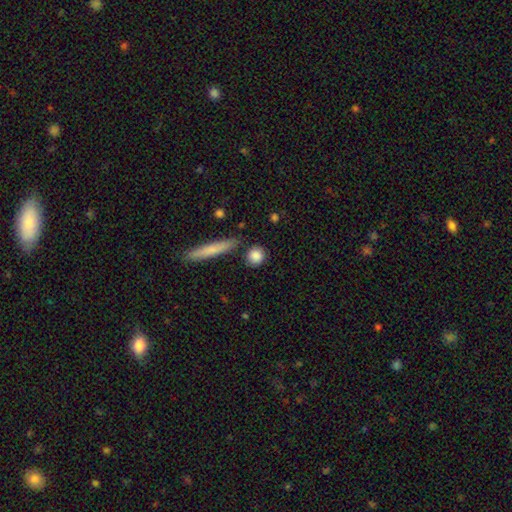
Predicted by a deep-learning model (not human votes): This is clearly a smooth galaxy (85%). How rounded: likely round (77%). Merging: clearly none (81%).